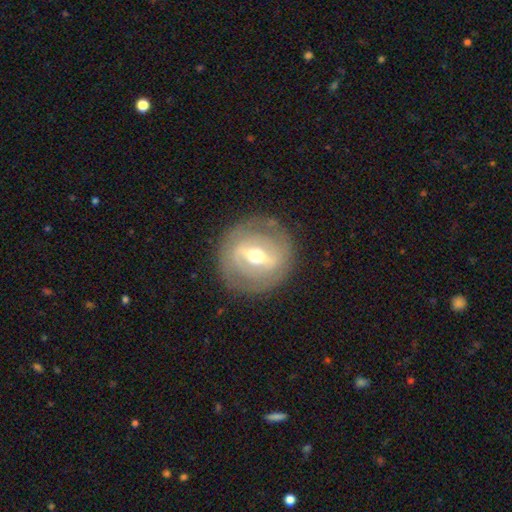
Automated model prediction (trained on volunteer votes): Smooth or featured? featured or disk (76%)
Edge-on disk? no (90%)
Bar? strong (57%)
Spiral arms? no (51%)
Bulge size? moderate (70%)
Merging? none (84%)